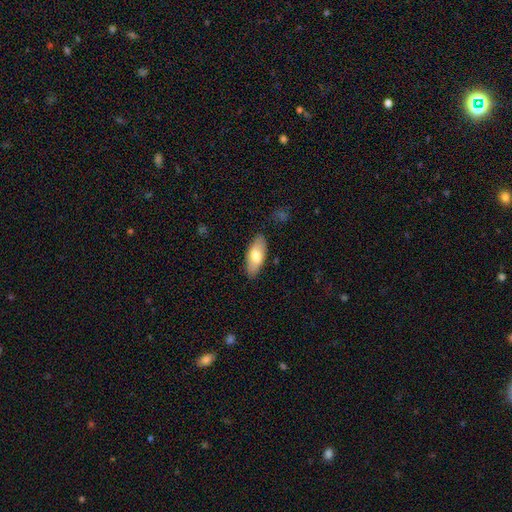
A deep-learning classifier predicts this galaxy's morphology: type=smooth (71%); roundness=in between (87%); merging=none (86%).